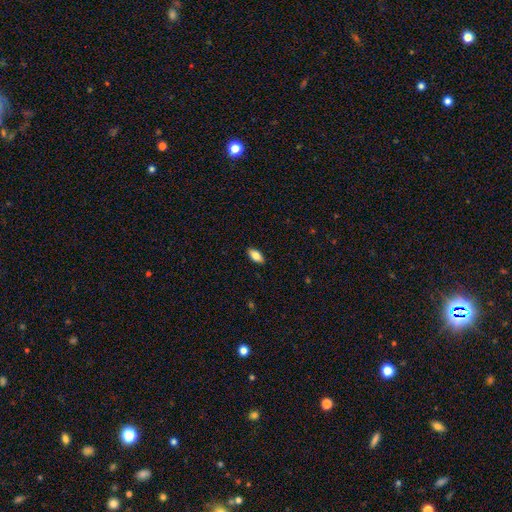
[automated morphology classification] type=smooth (82%); roundness=in between (91%); merging=none (89%).